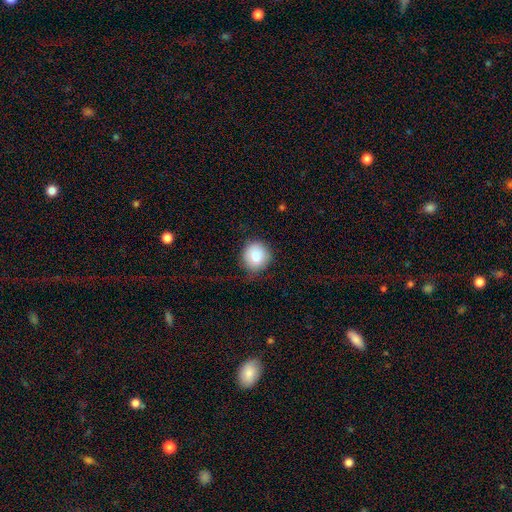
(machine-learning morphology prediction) A smooth galaxy with no disk features (84%) that is round (89%). Merging: none (75%).